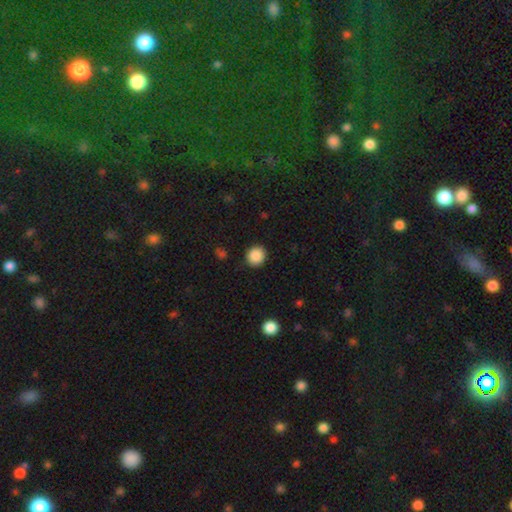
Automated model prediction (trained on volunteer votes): Q: Smooth or featured?
A: smooth (88%); runner-up: star or artifact (9%)
Q: How rounded?
A: round (89%); runner-up: in between (10%)
Q: Merging?
A: none (90%); runner-up: minor disturbance (7%)